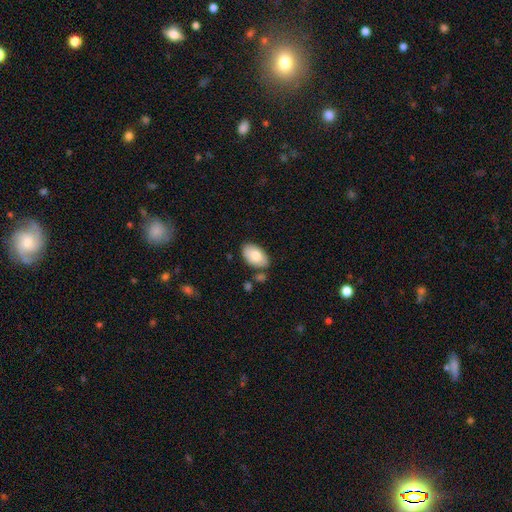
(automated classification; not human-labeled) This appears to be a smooth galaxy with no disk features (76%) that is in between round and cigar-shaped (93%). Merging: none (74%).